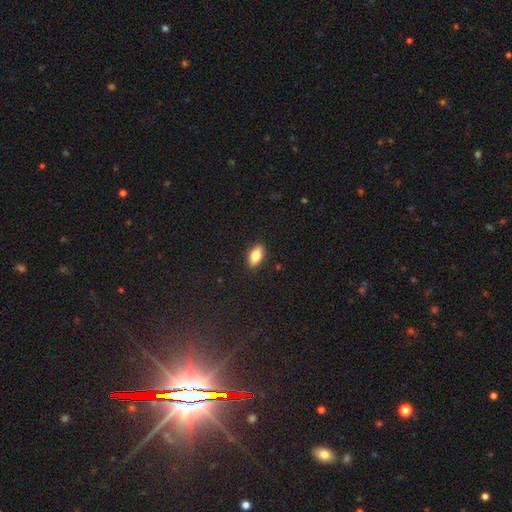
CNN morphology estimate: Smooth or featured?
  - smooth: 79% *
  - featured or disk: 13%
  - star or artifact: 7%
How rounded?
  - in between: 88% *
  - cigar-shaped: 7%
  - round: 4%
Merging?
  - none: 89% *
  - minor disturbance: 8%
  - major disturbance: 2%
  - merger: 1%